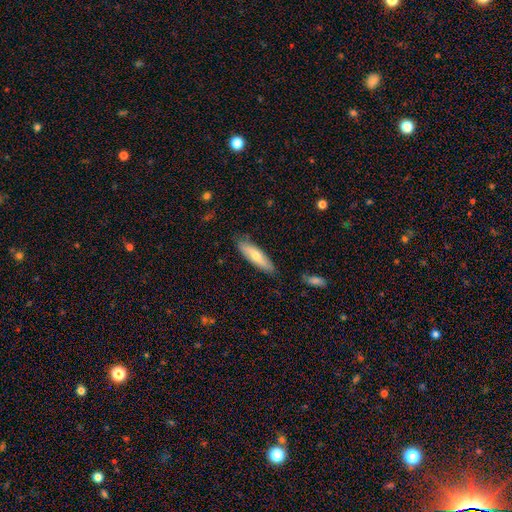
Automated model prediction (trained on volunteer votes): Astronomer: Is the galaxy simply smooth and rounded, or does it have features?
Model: smooth — 64%.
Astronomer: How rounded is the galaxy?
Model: cigar-shaped — 58% (runner-up: in between, 40%).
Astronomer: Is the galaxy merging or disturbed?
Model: none — 80%.